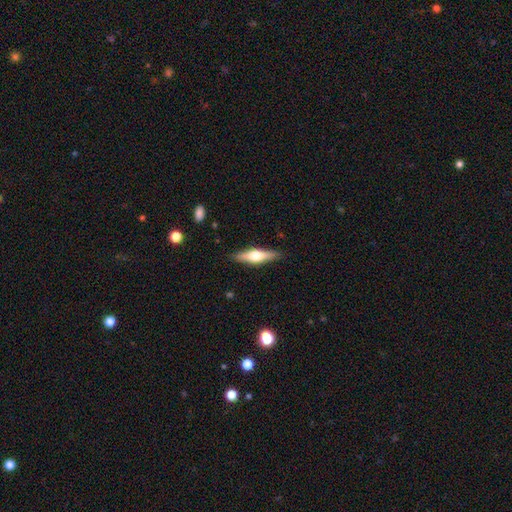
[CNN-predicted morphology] Smooth or featured? featured or disk (57%)
Edge-on disk? yes (95%)
Edge-on bulge? rounded (92%)
Merging? none (87%)